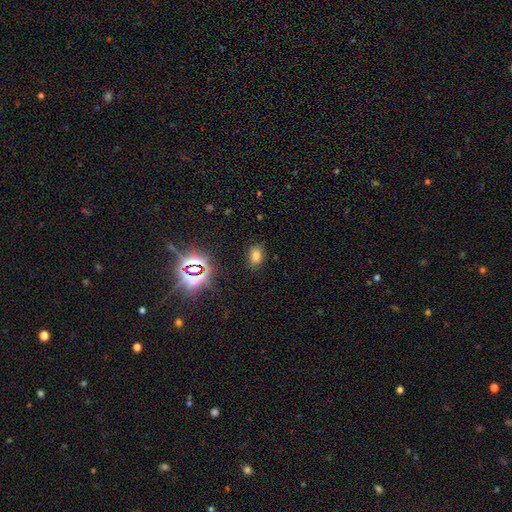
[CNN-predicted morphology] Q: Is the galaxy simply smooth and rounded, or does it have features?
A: smooth — 66%.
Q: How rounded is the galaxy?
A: in between — 78%.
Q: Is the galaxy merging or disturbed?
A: none — 83%.